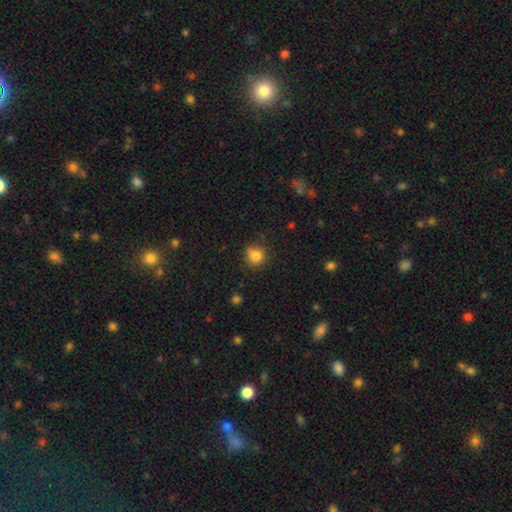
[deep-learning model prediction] Smooth or featured: smooth — 81% (star or artifact — 12%)
How rounded: round — 84% (in between — 15%)
Merging: none — 72% (minor disturbance — 21%)